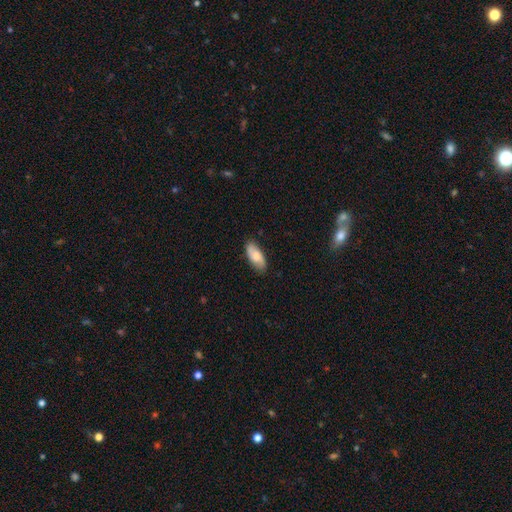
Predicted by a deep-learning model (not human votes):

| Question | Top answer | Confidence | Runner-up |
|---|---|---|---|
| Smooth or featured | smooth | 68% | featured or disk (26%) |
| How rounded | in between | 84% | cigar-shaped (14%) |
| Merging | none | 83% | minor disturbance (13%) |